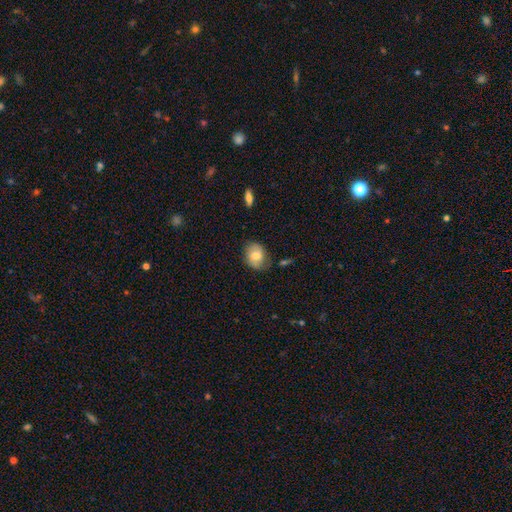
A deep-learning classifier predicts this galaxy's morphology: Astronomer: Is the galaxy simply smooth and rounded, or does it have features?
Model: smooth — 71%.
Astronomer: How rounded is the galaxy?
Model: in between — 55% (runner-up: round, 44%).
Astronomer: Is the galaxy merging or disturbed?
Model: none — 72%.